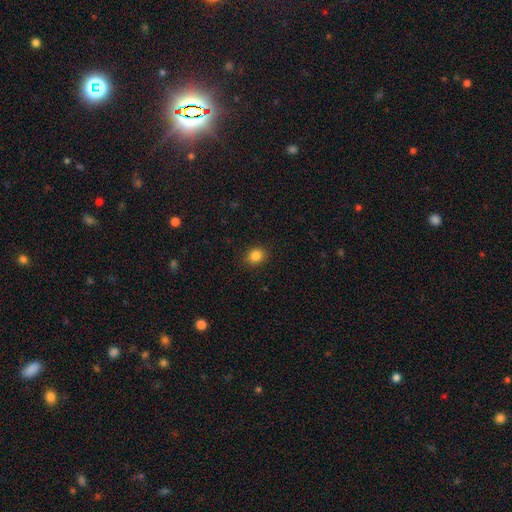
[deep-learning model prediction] Smooth or featured? Predicted: smooth (p=0.84). How rounded? Predicted: round (p=0.58). Merging? Predicted: none (p=0.89).